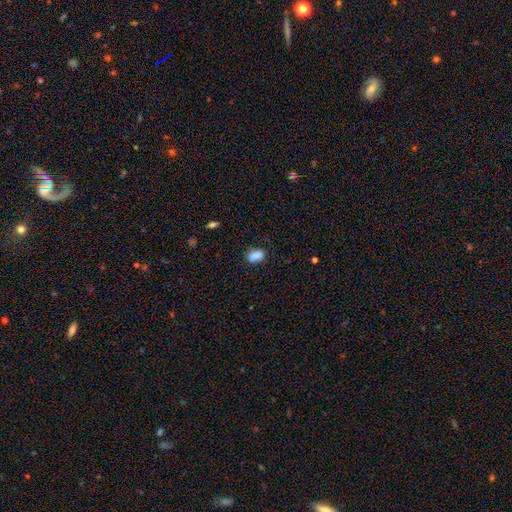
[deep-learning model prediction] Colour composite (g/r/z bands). It shows a smooth galaxy with no disk features (82%) that is in between round and cigar-shaped (80%). Merging: none (58%).